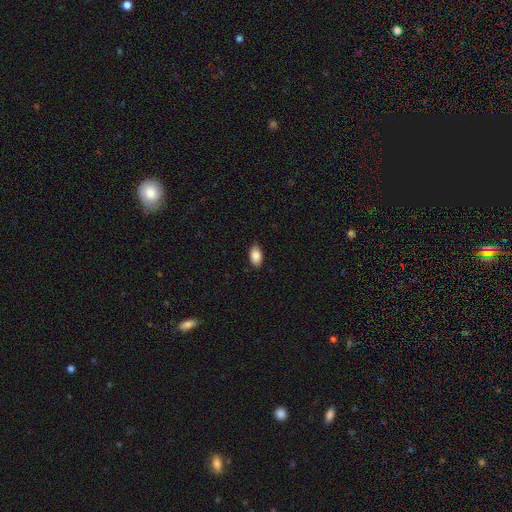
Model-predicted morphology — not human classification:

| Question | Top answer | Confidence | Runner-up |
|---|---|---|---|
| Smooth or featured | smooth | 88% | star or artifact (7%) |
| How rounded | in between | 93% | round (5%) |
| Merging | none | 83% | minor disturbance (14%) |